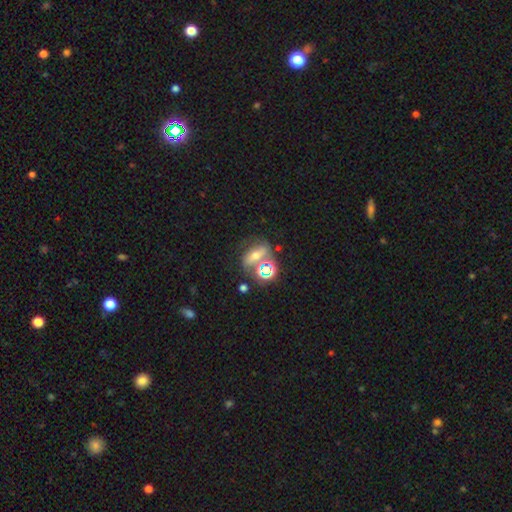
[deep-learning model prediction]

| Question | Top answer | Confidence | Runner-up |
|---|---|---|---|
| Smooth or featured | smooth | 37% | featured or disk (34%) |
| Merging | none | 53% | merger (23%) |